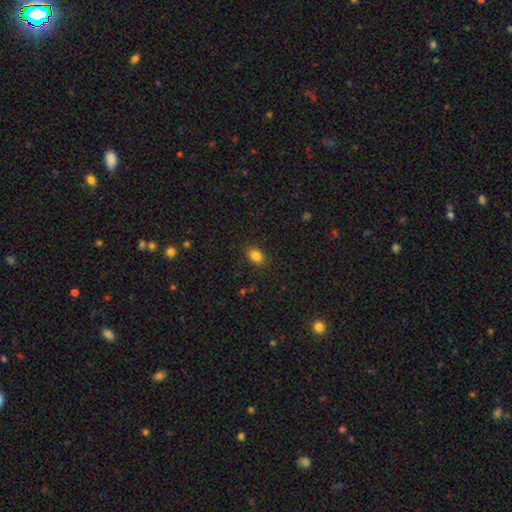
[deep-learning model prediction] smooth_or_featured: smooth (p=0.84) [alt: star or artifact p=0.10]
how_rounded: in between (p=0.77) [alt: round p=0.21]
merging: none (p=0.86) [alt: minor disturbance p=0.10]